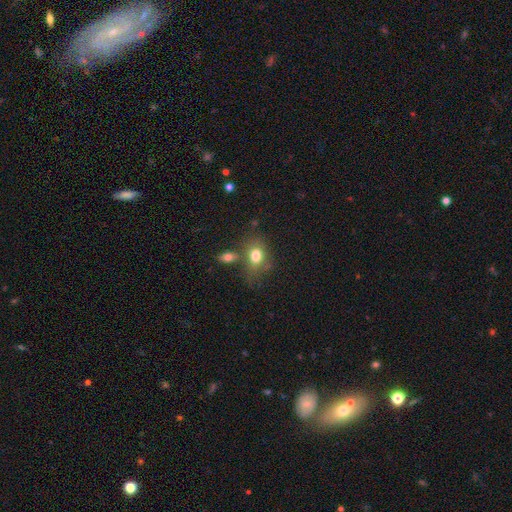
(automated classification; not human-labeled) A smooth galaxy with no disk features (78%) that is in between round and cigar-shaped (69%).

Vote fractions:
- Smooth or featured? smooth: 78% / featured or disk: 12% / star or artifact: 10%
- How rounded? in between: 69% / round: 29% / cigar-shaped: 2%
- Merging? none: 50% / merger: 21% / minor disturbance: 19% / major disturbance: 10%